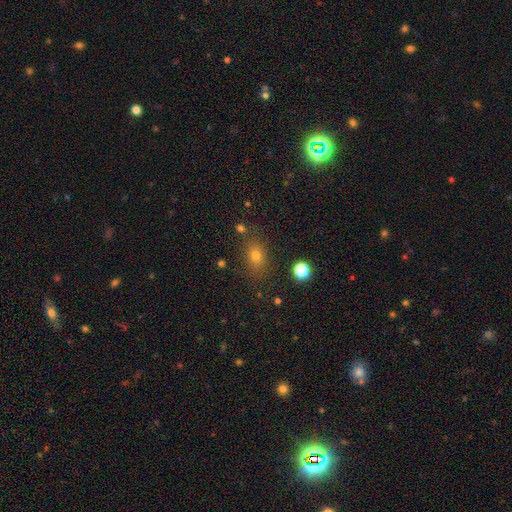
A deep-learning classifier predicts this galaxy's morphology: smooth_or_featured: smooth (p=0.71) [alt: star or artifact p=0.20]
how_rounded: in between (p=0.64) [alt: round p=0.33]
merging: none (p=0.81) [alt: minor disturbance p=0.11]